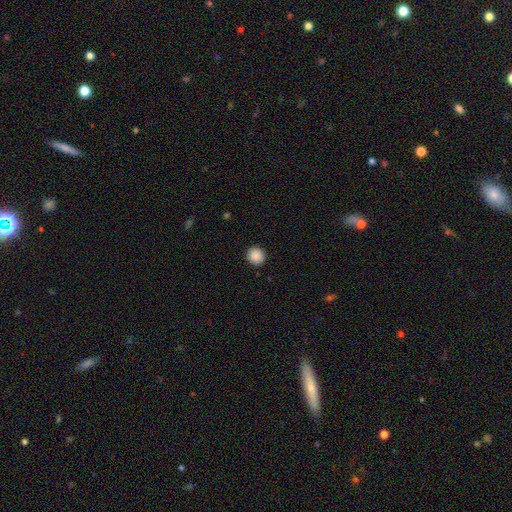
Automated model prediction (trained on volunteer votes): Smooth or featured? smooth (89%)
How rounded? round (92%)
Merging? none (92%)